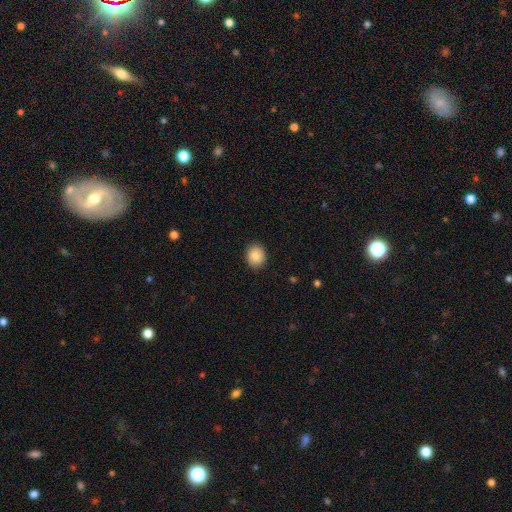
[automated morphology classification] This is clearly a smooth galaxy (87%). How rounded: likely round (67%). Merging: clearly none (90%).